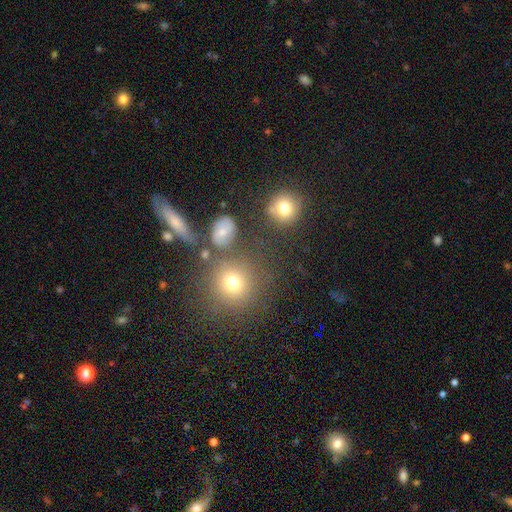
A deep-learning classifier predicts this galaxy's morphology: smooth-or-featured: smooth: 57% | star or artifact: 29% | featured or disk: 13%
  how-rounded: round: 88% | in between: 10% | cigar-shaped: 2%
  merging: none: 75% | merger: 12% | minor disturbance: 9% | major disturbance: 4%